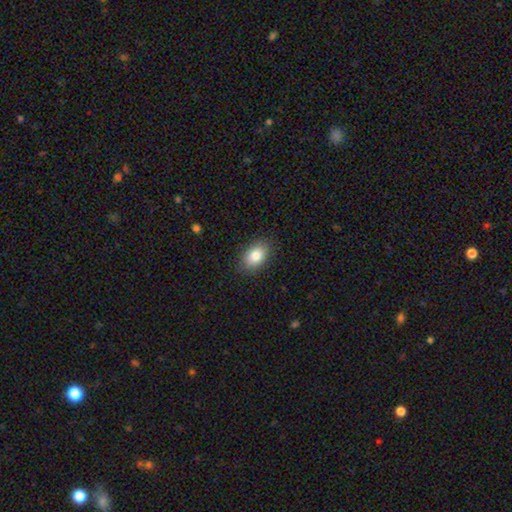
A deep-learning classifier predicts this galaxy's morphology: A smooth galaxy with no disk features (83%) that is in between round and cigar-shaped (86%). Merging: none (87%).